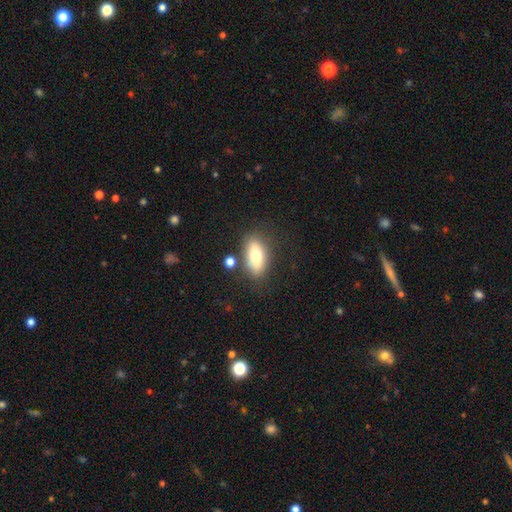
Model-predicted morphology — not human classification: smooth_or_featured: smooth (p=0.72) [alt: featured or disk p=0.21]
how_rounded: in between (p=0.81) [alt: cigar-shaped p=0.14]
merging: none (p=0.76) [alt: minor disturbance p=0.13]